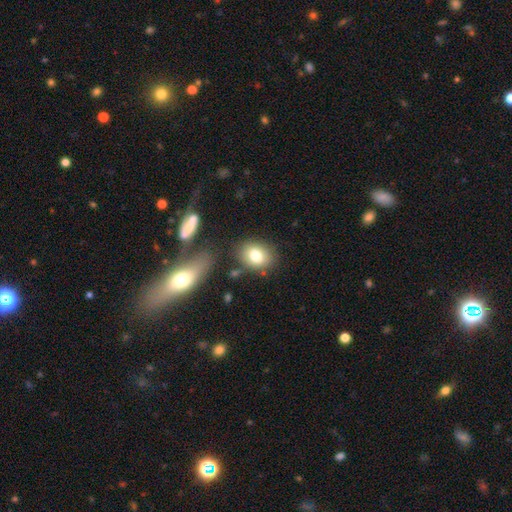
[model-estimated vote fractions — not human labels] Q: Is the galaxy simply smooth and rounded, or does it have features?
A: smooth — 79%.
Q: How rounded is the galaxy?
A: in between — 62%.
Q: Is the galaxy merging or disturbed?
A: none — 75%.